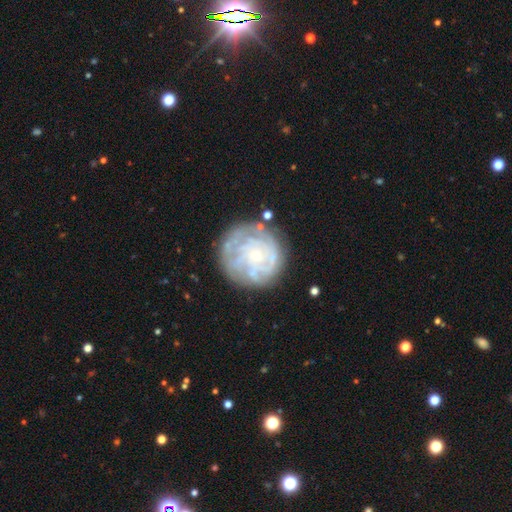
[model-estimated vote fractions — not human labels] A featured or disk galaxy (72%) with no bar (83%), tight (72%) spiral arms (76%) and a small central bulge (78%). Merging: none (73%).